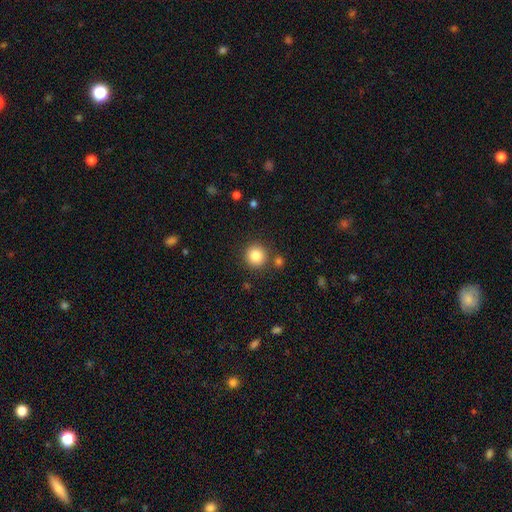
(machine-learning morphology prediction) Smooth or featured? Predicted: smooth (p=0.85). How rounded? Predicted: round (p=0.93). Merging? Predicted: none (p=0.84).